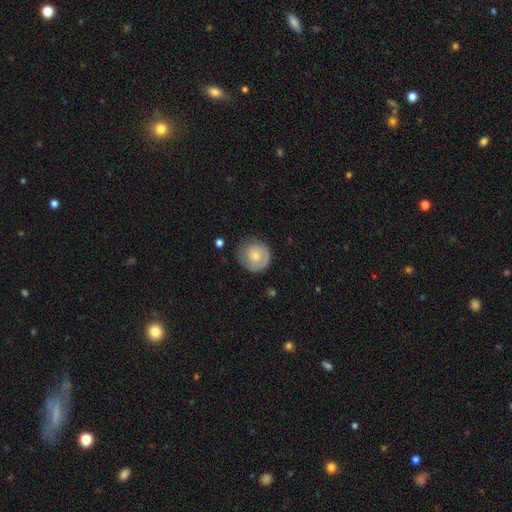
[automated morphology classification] type=smooth (60%); roundness=round (88%); merging=none (71%).